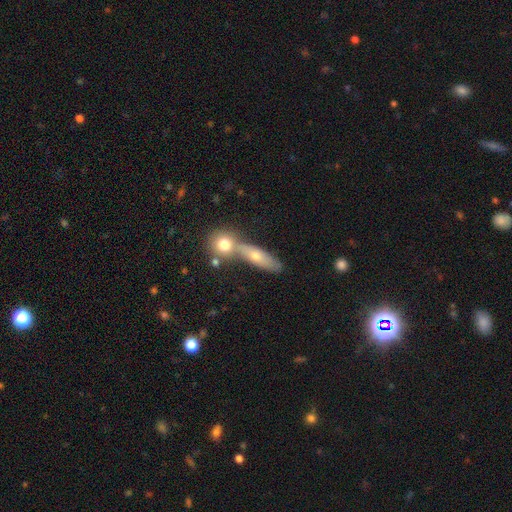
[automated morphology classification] Smooth or featured? smooth (64%)
How rounded? cigar-shaped (48%)
Merging? none (48%)